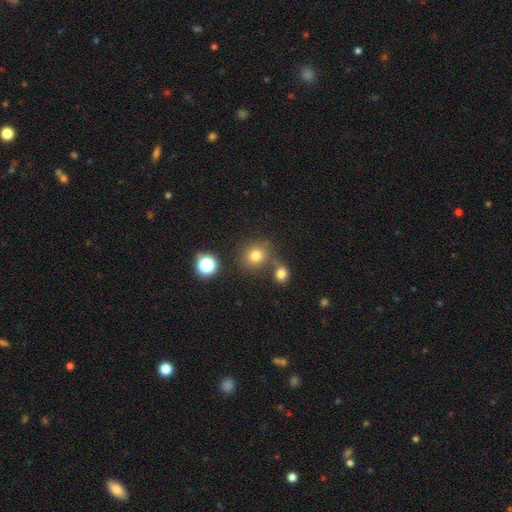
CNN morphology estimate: This is likely a smooth galaxy (76%). How rounded: clearly round (85%). Merging: likely none (66%).